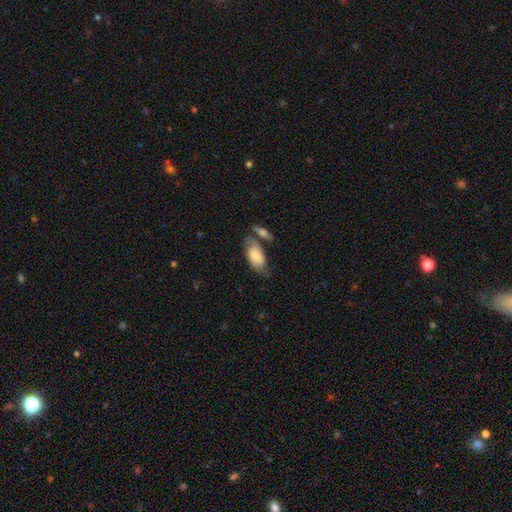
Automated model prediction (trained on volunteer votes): This appears to be a smooth galaxy with no disk features (66%) that is in between round and cigar-shaped (92%). Merging: none (48%).